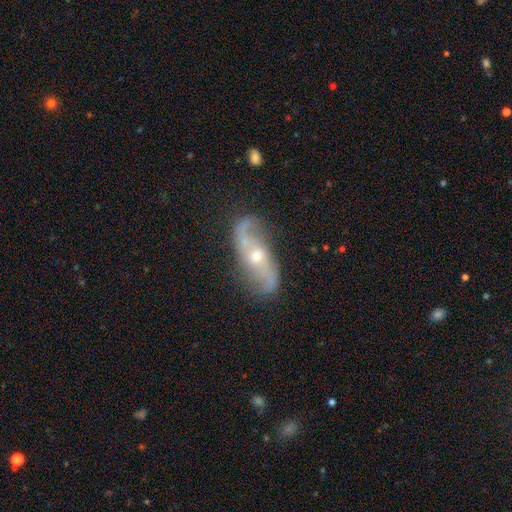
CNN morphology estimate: type=featured or disk (84%); edge-on=no (91%); bar=no (57%); spiral arms=yes (94%); winding=loose (61%); arm count=2 (90%); bulge=moderate (51%); merging=none (76%).